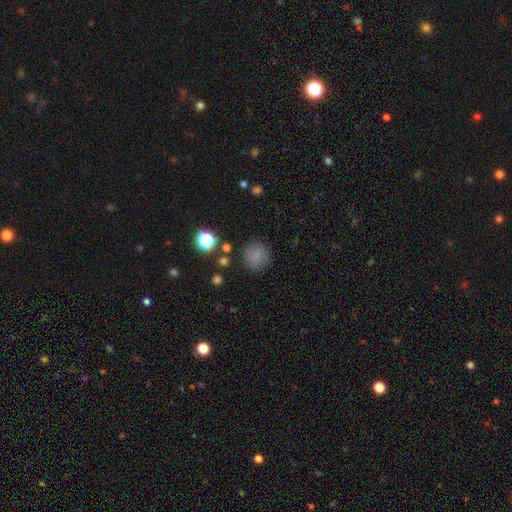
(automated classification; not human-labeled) Smooth or featured? smooth (81%)
How rounded? round (94%)
Merging? none (87%)